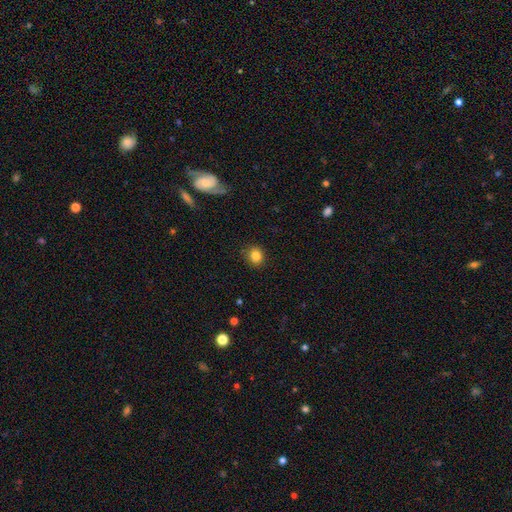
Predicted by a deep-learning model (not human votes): smooth-or-featured: smooth: 84% | star or artifact: 11% | featured or disk: 5%
  how-rounded: round: 80% | in between: 19% | cigar-shaped: 1%
  merging: none: 88% | minor disturbance: 9% | major disturbance: 2% | merger: 1%